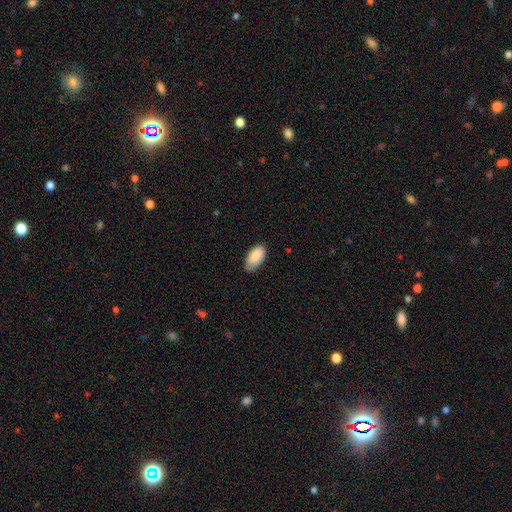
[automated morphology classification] smooth-or-featured: smooth: 87% | star or artifact: 7% | featured or disk: 7%
  how-rounded: in between: 95% | round: 3% | cigar-shaped: 2%
  merging: none: 70% | minor disturbance: 25% | major disturbance: 3% | merger: 1%